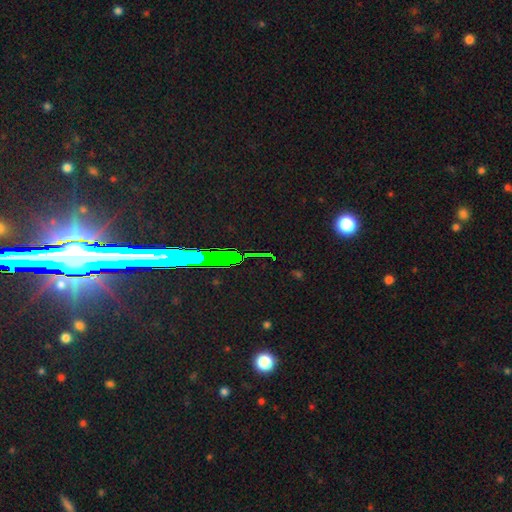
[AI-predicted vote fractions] Smooth or featured? Predicted: star or artifact (p=0.73).